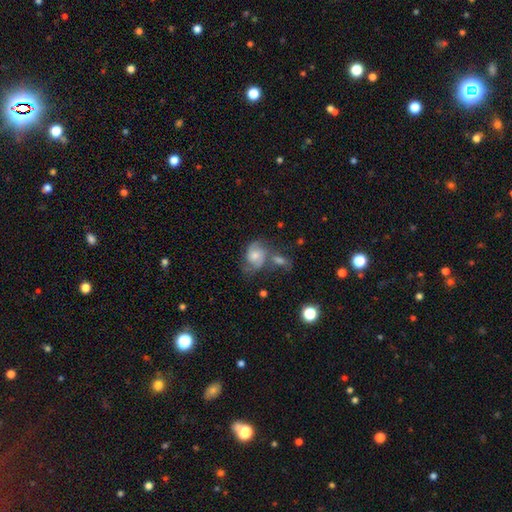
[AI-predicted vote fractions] This appears to be a featured or disk galaxy (64%) with no bar (67%), 2 (78%) medium (50%) spiral arms (91%) and a moderate central bulge (49%). Merging: none (38%).